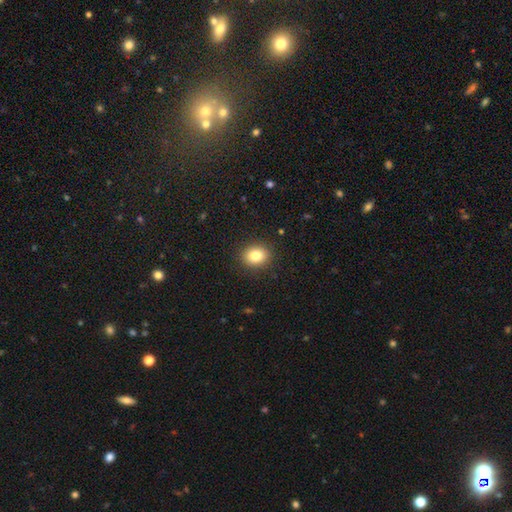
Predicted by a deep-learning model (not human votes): smooth_or_featured: smooth (p=0.83) [alt: star or artifact p=0.10]
how_rounded: round (p=0.61) [alt: in between p=0.38]
merging: none (p=0.90) [alt: minor disturbance p=0.07]